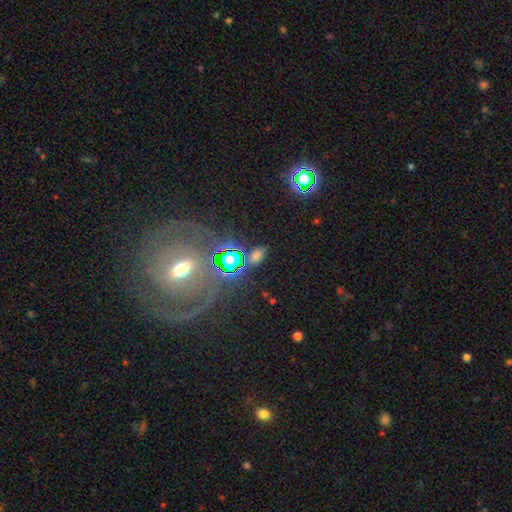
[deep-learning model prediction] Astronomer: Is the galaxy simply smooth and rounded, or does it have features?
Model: smooth — 46% (runner-up: star or artifact, 41%).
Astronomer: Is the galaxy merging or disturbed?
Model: none — 77%.